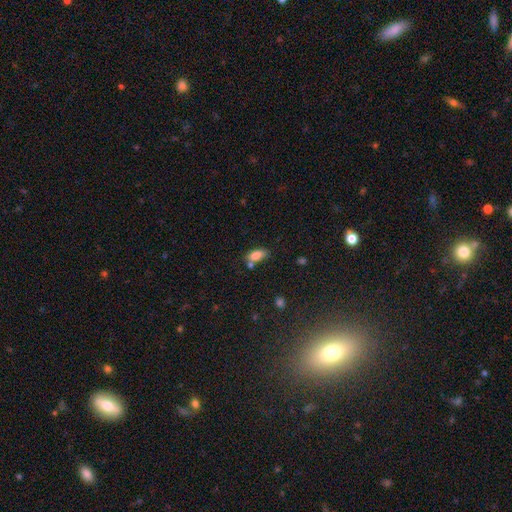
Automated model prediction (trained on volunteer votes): Q: Smooth or featured?
A: smooth (83%); runner-up: featured or disk (9%)
Q: How rounded?
A: in between (88%); runner-up: cigar-shaped (8%)
Q: Merging?
A: none (60%); runner-up: merger (18%)